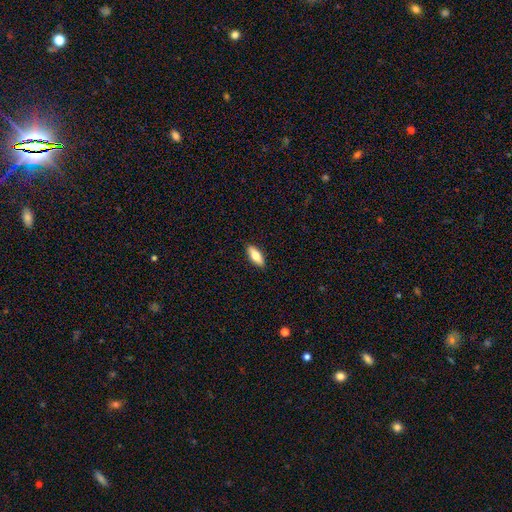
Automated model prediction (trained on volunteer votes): A smooth galaxy with no disk features (74%) that is in between round and cigar-shaped (74%).

Vote fractions:
- Smooth or featured? smooth: 74% / featured or disk: 20% / star or artifact: 6%
- How rounded? in between: 74% / cigar-shaped: 24% / round: 2%
- Merging? none: 90% / minor disturbance: 8% / major disturbance: 2% / merger: 1%